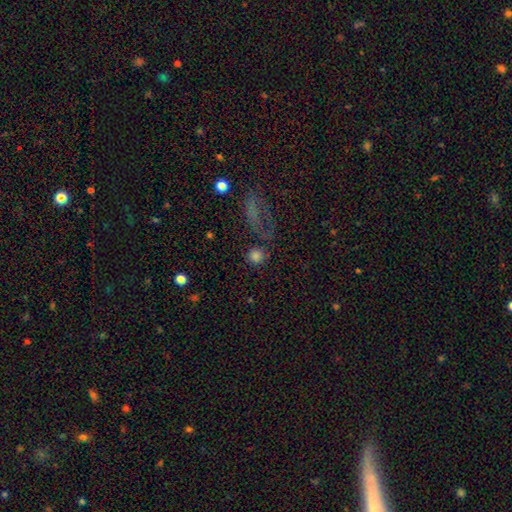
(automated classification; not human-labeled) Smooth or featured?
  - smooth: 79% *
  - star or artifact: 14%
  - featured or disk: 7%
How rounded?
  - round: 94% *
  - in between: 5%
  - cigar-shaped: 1%
Merging?
  - none: 79% *
  - minor disturbance: 10%
  - major disturbance: 7%
  - merger: 5%